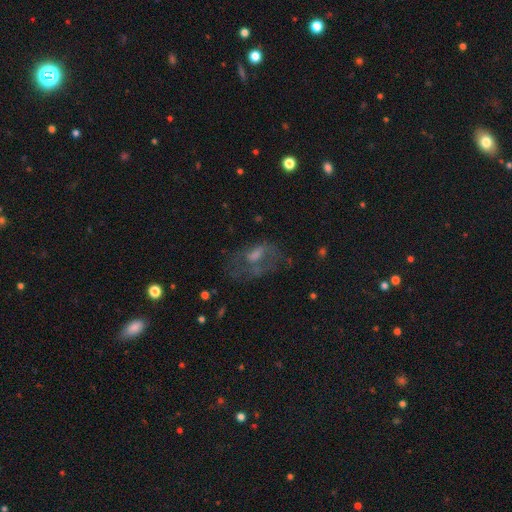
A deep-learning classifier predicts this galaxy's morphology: featured or disk 49%, smooth 35%, star or artifact 16%. Down the decision tree: merging — none (39%).